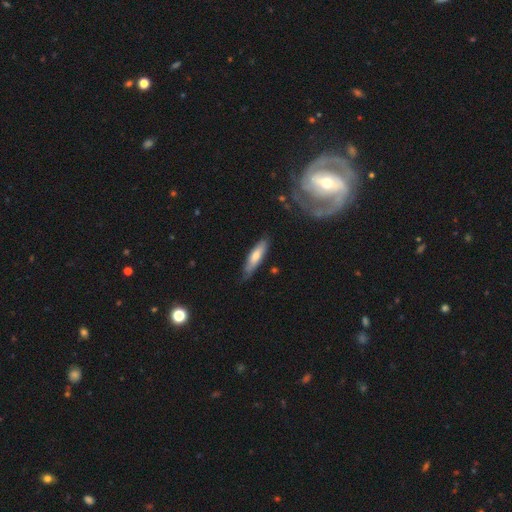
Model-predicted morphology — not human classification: smooth-or-featured: smooth: 58% | featured or disk: 36% | star or artifact: 6%
  how-rounded: cigar-shaped: 72% | in between: 27% | round: 2%
  merging: none: 76% | minor disturbance: 18% | major disturbance: 4% | merger: 2%